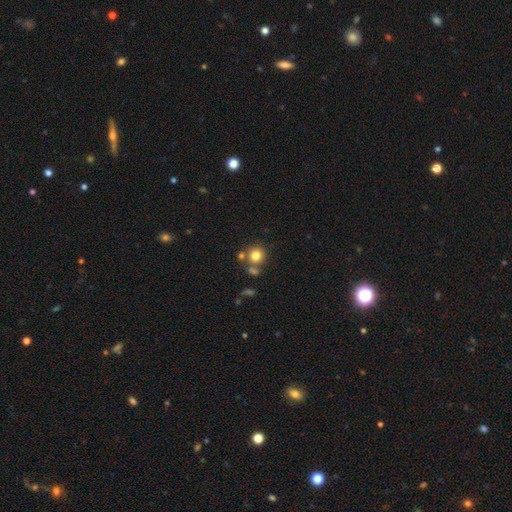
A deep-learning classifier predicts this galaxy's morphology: The model was most divided on "merging": none: 69%, merger: 18%, minor disturbance: 10%, major disturbance: 4%. More confident: how rounded — round (90%); smooth or featured — smooth (79%).